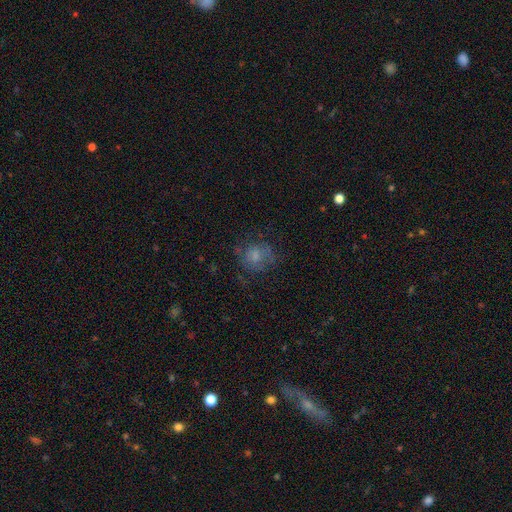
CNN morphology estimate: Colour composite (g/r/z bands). It shows a smooth galaxy with no disk features (66%) that is round (79%). Merging: none (61%).